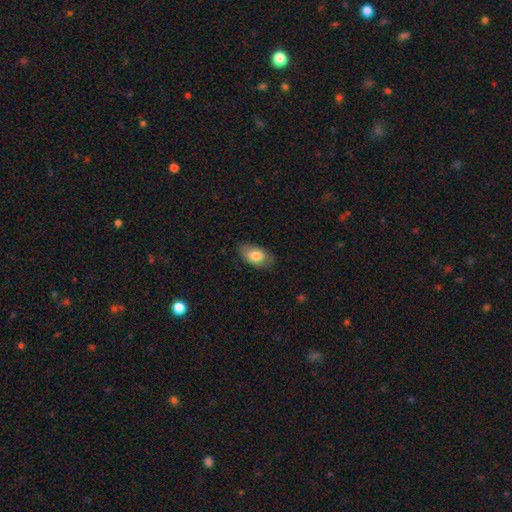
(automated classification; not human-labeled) Overall: smooth (80%). How rounded: in between (92%). Merging: none (78%).